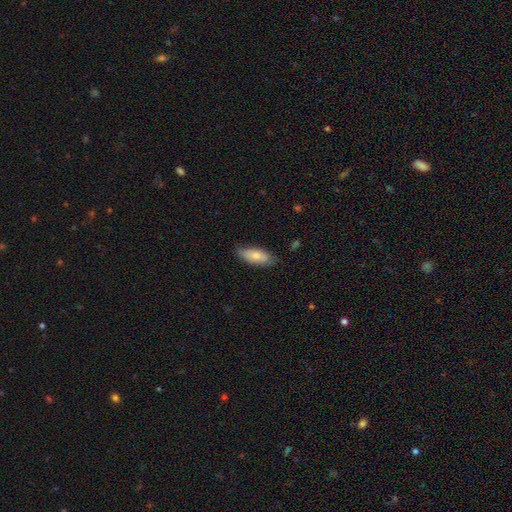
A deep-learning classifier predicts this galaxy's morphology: Smooth or featured? smooth (75%)
How rounded? in between (81%)
Merging? none (74%)